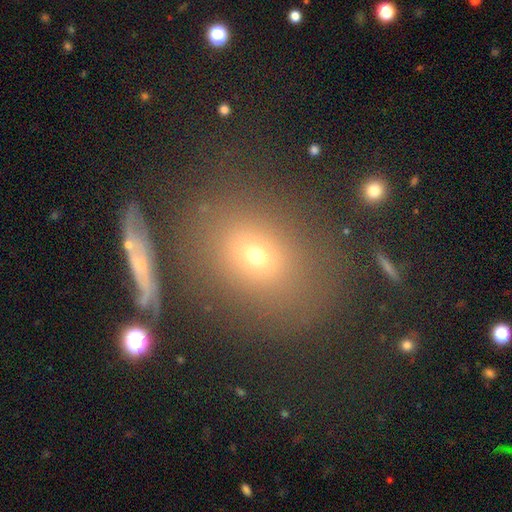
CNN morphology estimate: Smooth or featured?
  - smooth: 63% *
  - star or artifact: 21%
  - featured or disk: 15%
How rounded?
  - round: 58% *
  - in between: 40%
  - cigar-shaped: 2%
Merging?
  - none: 76% *
  - minor disturbance: 12%
  - major disturbance: 7%
  - merger: 6%